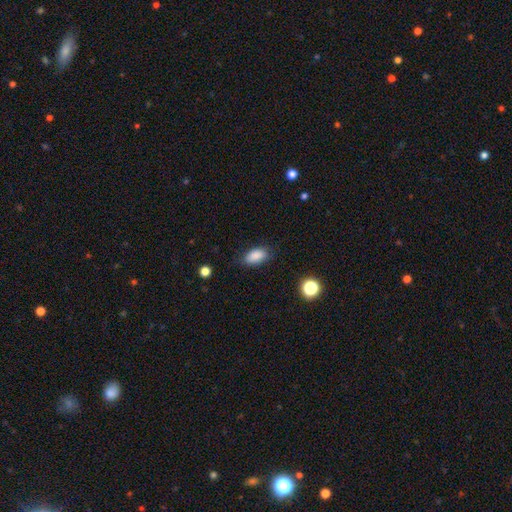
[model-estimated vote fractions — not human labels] This is clearly a smooth galaxy (87%). How rounded: clearly in between (91%). Merging: likely none (79%).